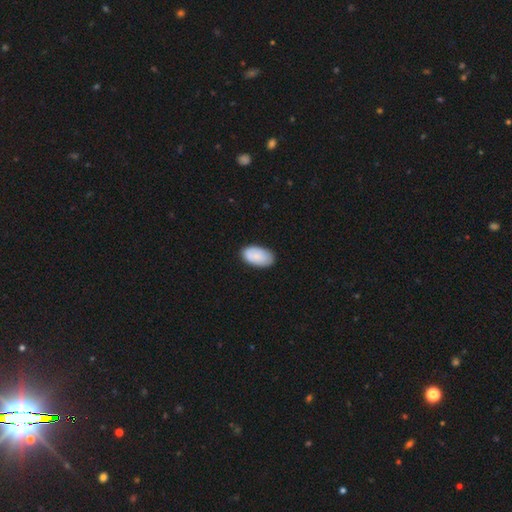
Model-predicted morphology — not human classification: Overall: smooth (84%). How rounded: in between (95%). Merging: none (82%).